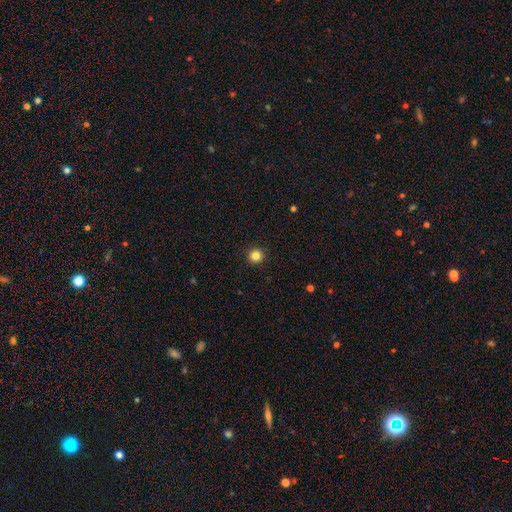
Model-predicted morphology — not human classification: smooth 84%, star or artifact 12%, featured or disk 4%. Down the decision tree: how rounded — round (95%); merging — none (93%).